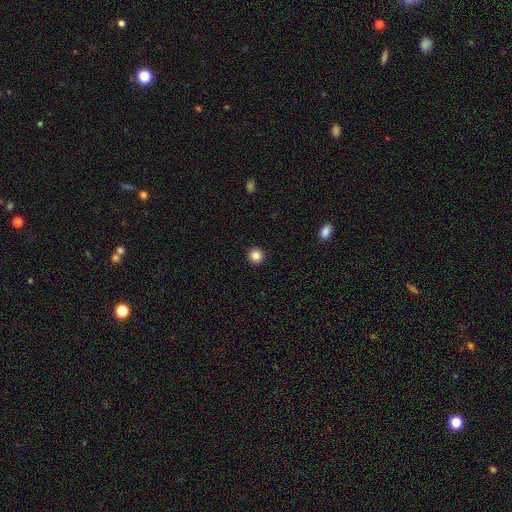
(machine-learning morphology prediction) The model was most divided on "smooth or featured": smooth: 85%, star or artifact: 11%, featured or disk: 4%. More confident: how rounded — round (95%); merging — none (94%).